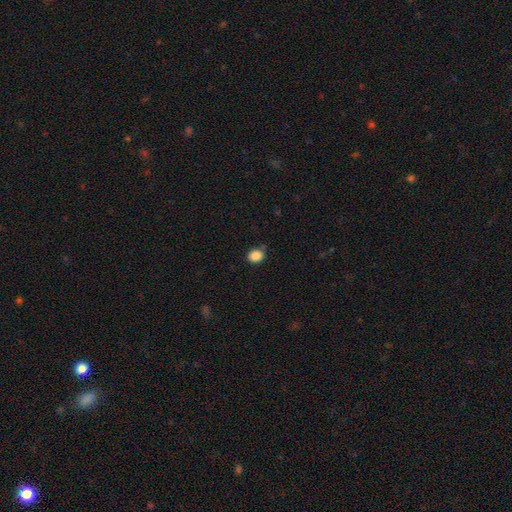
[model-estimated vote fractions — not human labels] Smooth or featured? Predicted: smooth (p=0.87). How rounded? Predicted: round (p=0.58). Merging? Predicted: none (p=0.79).